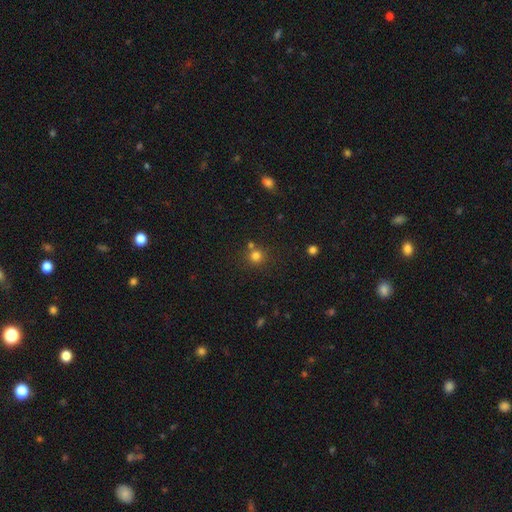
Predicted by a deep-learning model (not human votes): This is likely a smooth galaxy (78%). How rounded: clearly round (91%). Merging: likely none (71%).